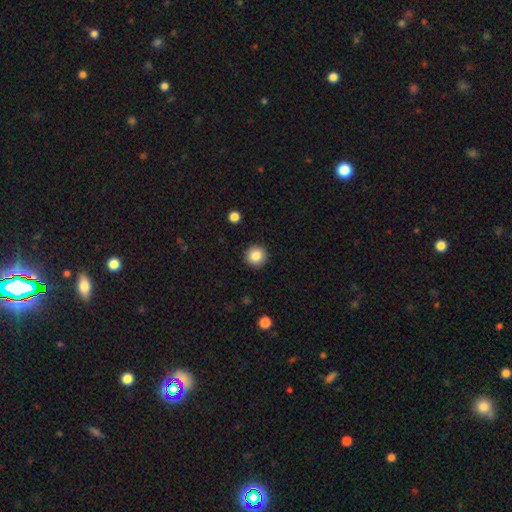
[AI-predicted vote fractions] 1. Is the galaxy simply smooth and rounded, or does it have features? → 85% smooth, 10% star or artifact, 5% featured or disk.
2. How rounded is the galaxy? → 95% round, 4% in between, 1% cigar-shaped.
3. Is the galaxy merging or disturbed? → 92% none, 5% minor disturbance, 2% major disturbance, 1% merger.